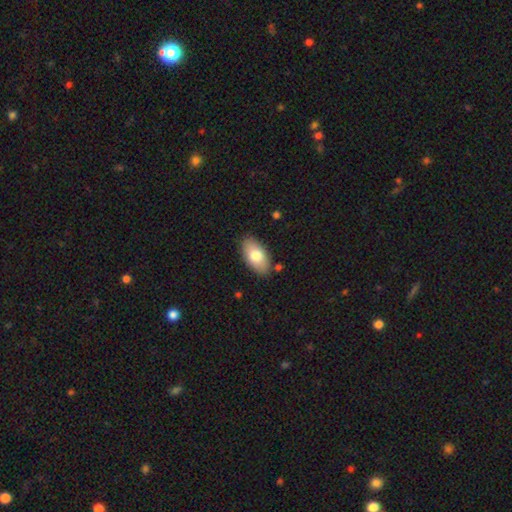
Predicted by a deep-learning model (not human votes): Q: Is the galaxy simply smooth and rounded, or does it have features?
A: smooth — 75%.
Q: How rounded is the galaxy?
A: in between — 93%.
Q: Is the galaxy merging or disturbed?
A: none — 84%.